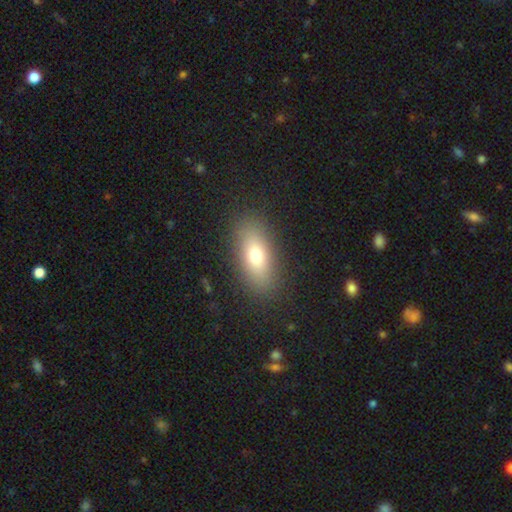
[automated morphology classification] Smooth or featured?
  - smooth: 74% *
  - featured or disk: 18%
  - star or artifact: 9%
How rounded?
  - in between: 80% *
  - cigar-shaped: 16%
  - round: 5%
Merging?
  - none: 87% *
  - minor disturbance: 9%
  - major disturbance: 3%
  - merger: 1%